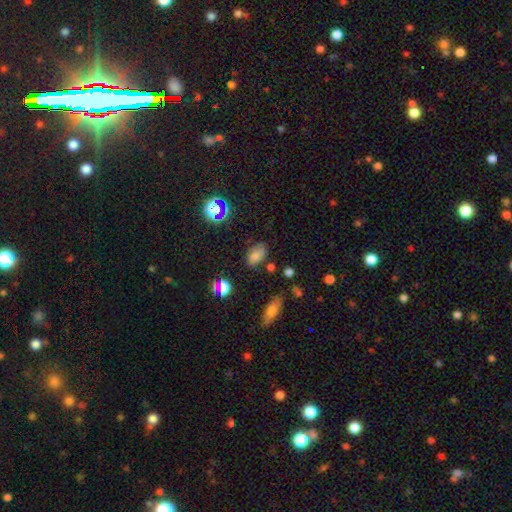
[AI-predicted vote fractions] A smooth galaxy with no disk features (73%) that is in between round and cigar-shaped (89%).

Vote fractions:
- Smooth or featured? smooth: 73% / star or artifact: 18% / featured or disk: 9%
- How rounded? in between: 89% / round: 9% / cigar-shaped: 2%
- Merging? none: 69% / minor disturbance: 21% / major disturbance: 6% / merger: 4%